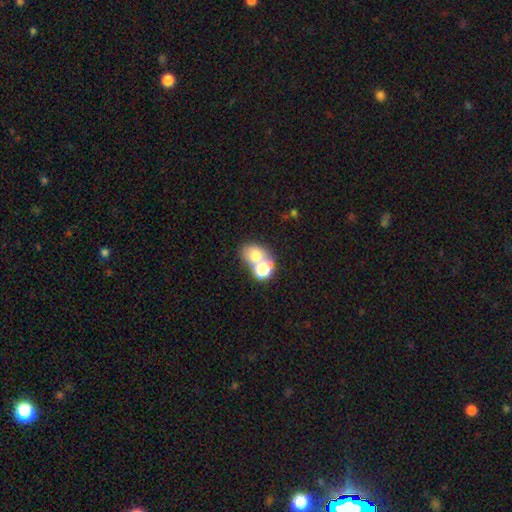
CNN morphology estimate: Smooth or featured: smooth — 69% (star or artifact — 16%)
How rounded: round — 53% (in between — 46%)
Merging: merger — 51% (none — 36%)